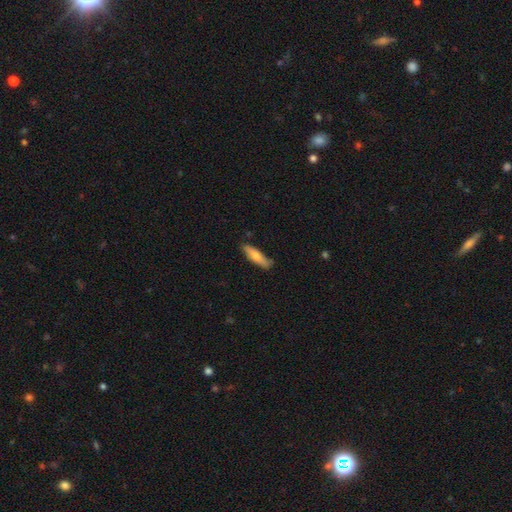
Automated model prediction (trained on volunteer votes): smooth_or_featured: smooth (p=0.74) [alt: featured or disk p=0.21]
how_rounded: cigar-shaped (p=0.65) [alt: in between p=0.33]
merging: none (p=0.78) [alt: minor disturbance p=0.17]